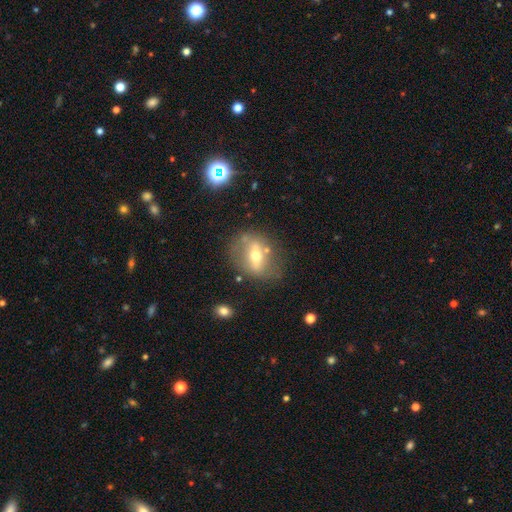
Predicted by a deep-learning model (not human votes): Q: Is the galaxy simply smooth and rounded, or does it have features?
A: featured or disk — 61%.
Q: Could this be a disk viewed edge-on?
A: no — 72%.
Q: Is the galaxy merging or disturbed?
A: none — 68%.